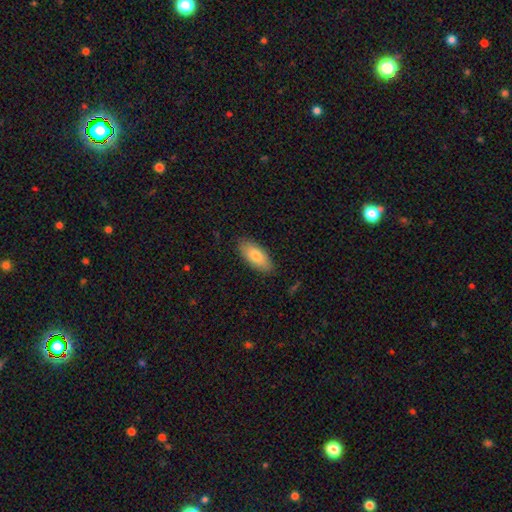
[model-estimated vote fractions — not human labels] smooth-or-featured: smooth: 79% | featured or disk: 15% | star or artifact: 6%
  how-rounded: in between: 86% | cigar-shaped: 12% | round: 2%
  merging: none: 86% | minor disturbance: 11% | major disturbance: 2% | merger: 1%